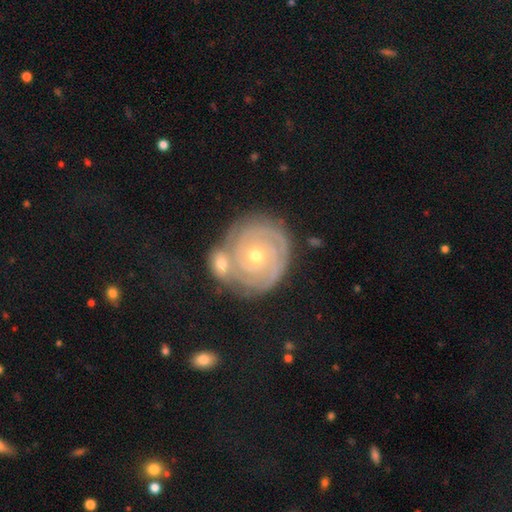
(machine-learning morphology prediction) Smooth or featured?
  - featured or disk: 86% *
  - smooth: 9%
  - star or artifact: 5%
Edge-on disk?
  - no: 97% *
  - yes: 3%
Bar?
  - no: 81% *
  - weak: 14%
  - strong: 4%
Spiral arms?
  - yes: 96% *
  - no: 4%
Spiral winding?
  - tight: 89% *
  - medium: 9%
  - loose: 2%
Spiral arm count?
  - 3: 27% *
  - 2: 25%
  - can't tell: 24%
  - 4: 12%
  - more than 4: 6%
  - 1: 6%
Bulge size?
  - moderate: 54% *
  - small: 43%
  - large: 1%
  - none: 1%
  - dominant: 1%
Merging?
  - none: 57% *
  - merger: 25%
  - minor disturbance: 13%
  - major disturbance: 4%